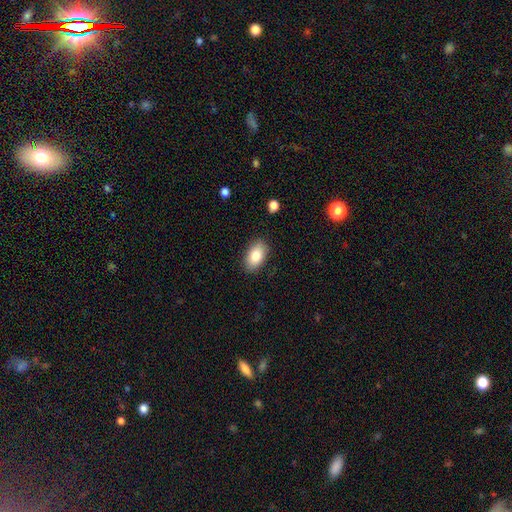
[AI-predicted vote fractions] smooth_or_featured: smooth (p=0.83) [alt: featured or disk p=0.09]
how_rounded: in between (p=0.92) [alt: round p=0.06]
merging: none (p=0.87) [alt: minor disturbance p=0.10]